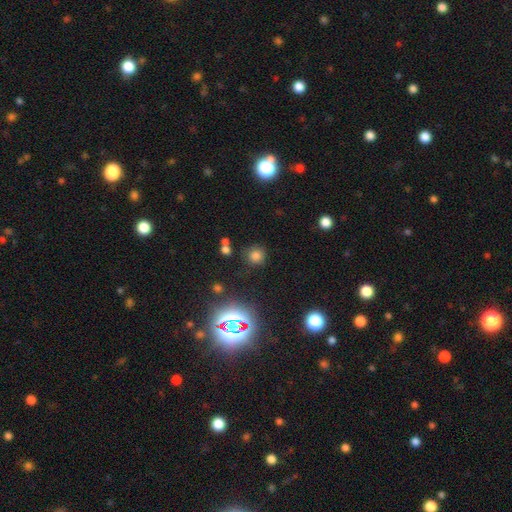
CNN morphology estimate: A smooth galaxy with no disk features (69%) that is round (90%). Merging: none (82%).